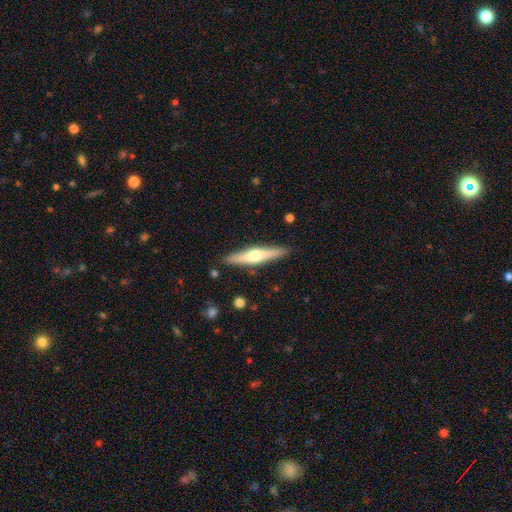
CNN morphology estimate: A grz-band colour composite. It shows a featured or disk galaxy (57%) viewed edge-on (96%) with a rounded central bulge (88%). Merging: none (88%).